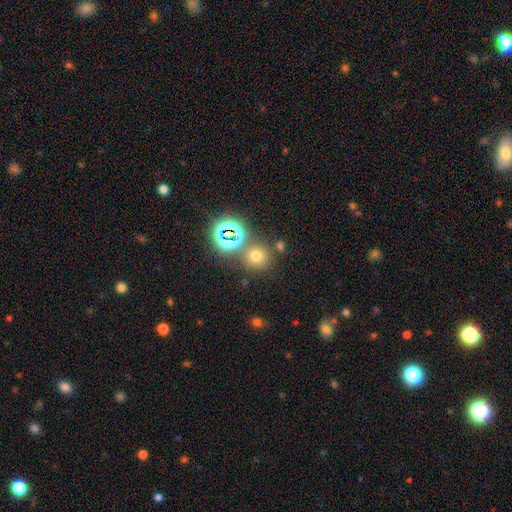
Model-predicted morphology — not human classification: The model was most divided on "smooth or featured": smooth: 64%, star or artifact: 27%, featured or disk: 9%. More confident: how rounded — round (90%); merging — none (72%).